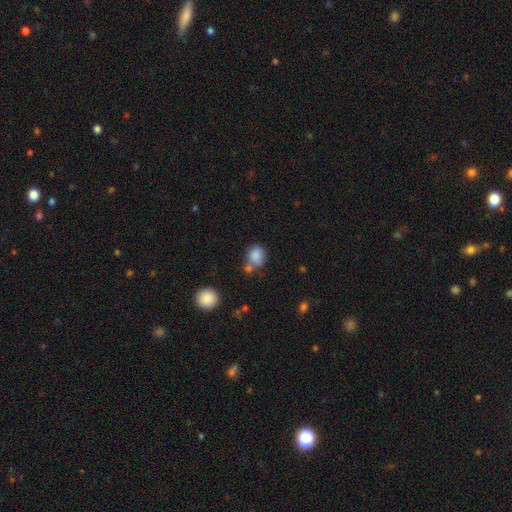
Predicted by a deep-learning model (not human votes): Morphology: type=smooth (85%); roundness=round (58%); merging=none (53%).